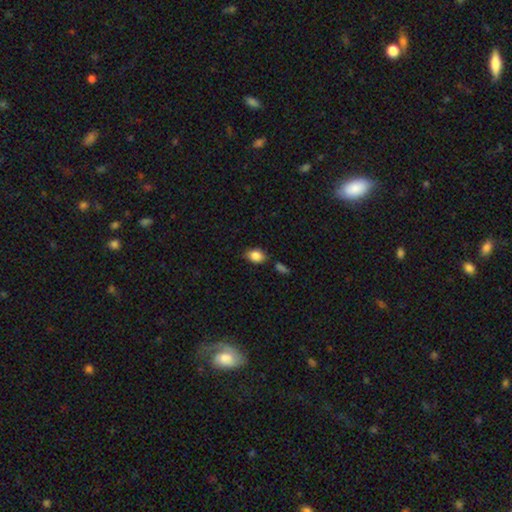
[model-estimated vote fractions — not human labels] This is clearly a smooth galaxy (85%). How rounded: likely in between (76%). Merging: likely none (73%).